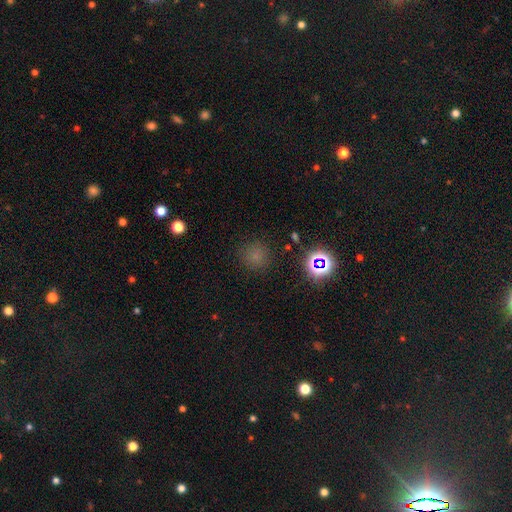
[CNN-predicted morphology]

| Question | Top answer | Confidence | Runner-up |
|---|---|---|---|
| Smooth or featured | smooth | 68% | star or artifact (25%) |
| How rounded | round | 92% | in between (7%) |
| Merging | none | 86% | minor disturbance (9%) |